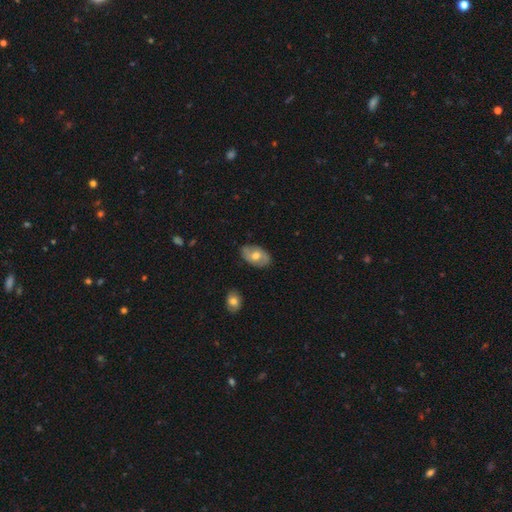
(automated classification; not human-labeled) A smooth galaxy with no disk features (51%) that is in between round and cigar-shaped (90%).

Vote fractions:
- Smooth or featured? smooth: 51% / featured or disk: 42% / star or artifact: 7%
- How rounded? in between: 90% / round: 8% / cigar-shaped: 2%
- Merging? none: 81% / minor disturbance: 15% / major disturbance: 3% / merger: 1%